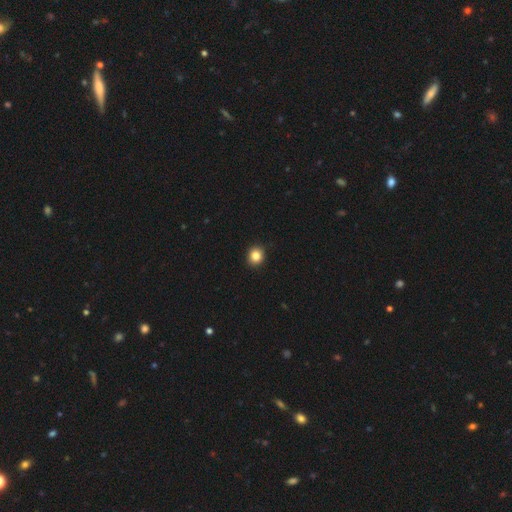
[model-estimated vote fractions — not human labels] The model was most divided on "how rounded": round: 83%, in between: 16%, cigar-shaped: 1%. More confident: merging — none (92%); smooth or featured — smooth (84%).